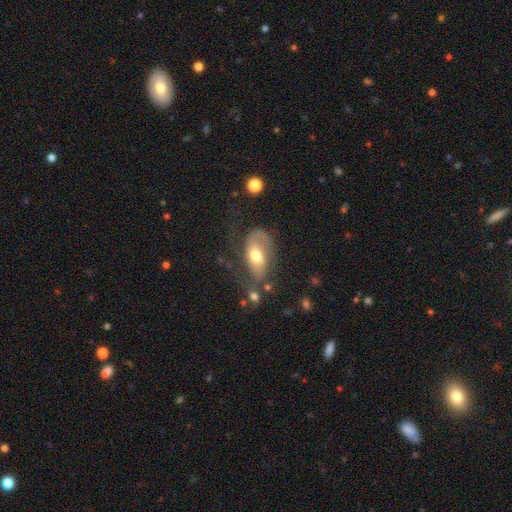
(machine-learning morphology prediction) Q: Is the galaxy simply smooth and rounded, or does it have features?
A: featured or disk — 56%.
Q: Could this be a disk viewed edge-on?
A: no — 92%.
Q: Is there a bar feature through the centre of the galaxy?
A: no — 53%.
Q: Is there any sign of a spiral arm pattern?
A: yes — 76%.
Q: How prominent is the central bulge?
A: moderate — 68%.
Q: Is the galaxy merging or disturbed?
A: none — 41%.